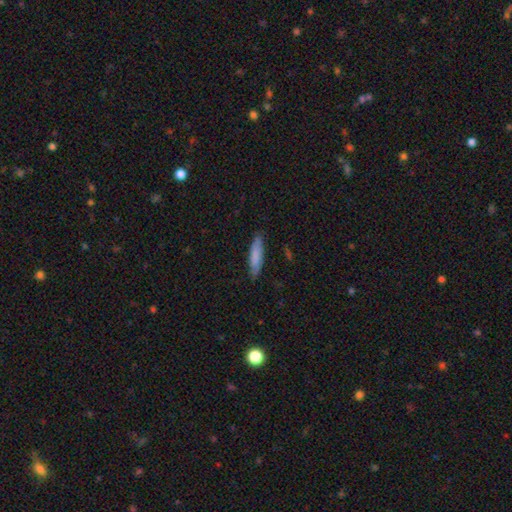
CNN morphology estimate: Smooth or featured?
  - smooth: 81% *
  - featured or disk: 13%
  - star or artifact: 6%
How rounded?
  - cigar-shaped: 76% *
  - in between: 23%
  - round: 1%
Merging?
  - none: 84% *
  - minor disturbance: 12%
  - major disturbance: 2%
  - merger: 1%